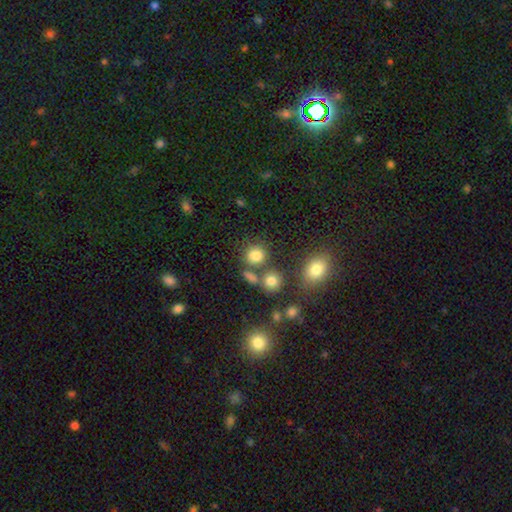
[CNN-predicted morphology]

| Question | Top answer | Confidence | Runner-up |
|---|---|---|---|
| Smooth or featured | smooth | 79% | star or artifact (14%) |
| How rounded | round | 76% | in between (22%) |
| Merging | none | 64% | merger (18%) |